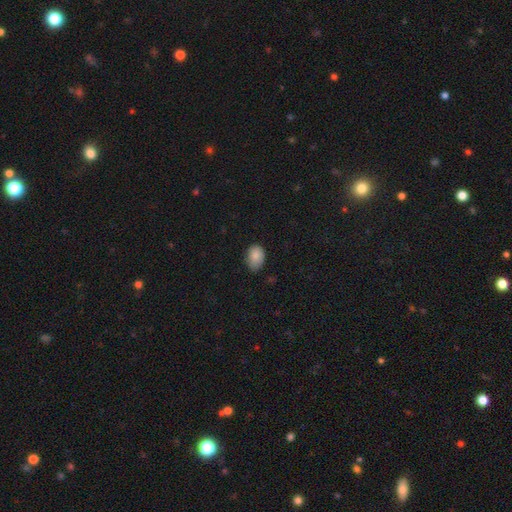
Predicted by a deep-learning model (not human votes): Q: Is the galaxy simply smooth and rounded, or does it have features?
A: smooth — 85%.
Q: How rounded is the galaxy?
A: in between — 82%.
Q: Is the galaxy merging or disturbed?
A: none — 64%.